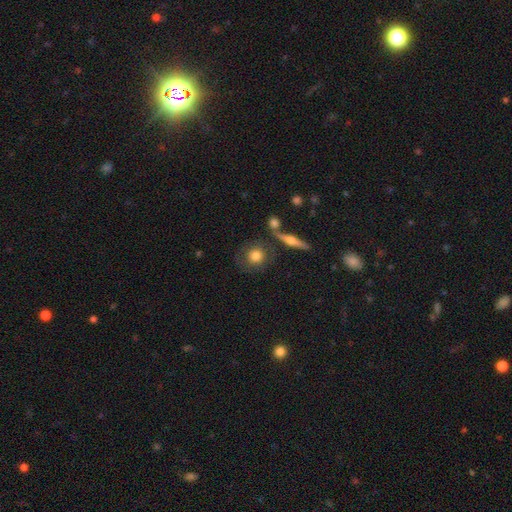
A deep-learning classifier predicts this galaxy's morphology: type=smooth (69%); roundness=round (87%); merging=none (72%).